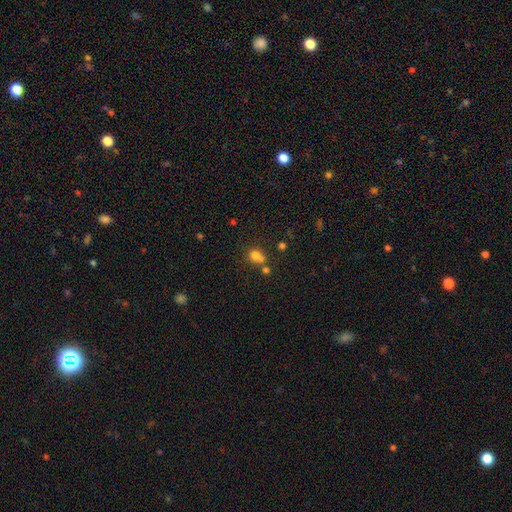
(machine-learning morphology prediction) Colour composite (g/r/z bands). It shows a smooth galaxy with no disk features (73%) that is round (77%). Merging: none (44%).